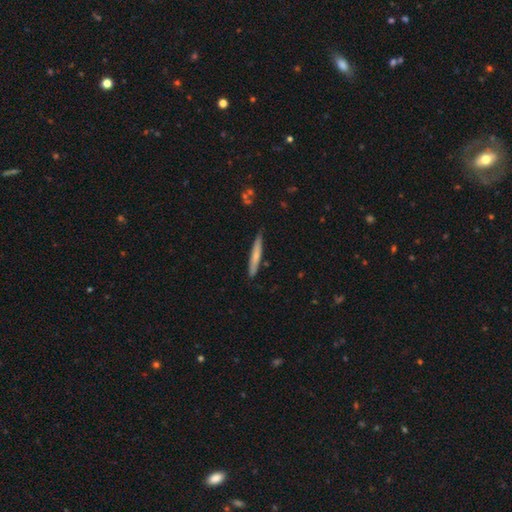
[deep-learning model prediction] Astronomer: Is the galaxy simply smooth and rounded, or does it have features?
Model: smooth — 63%.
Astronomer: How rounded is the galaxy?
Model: cigar-shaped — 94%.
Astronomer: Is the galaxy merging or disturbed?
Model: none — 83%.